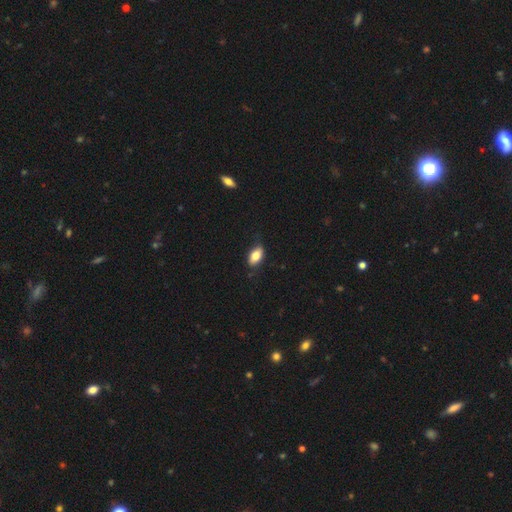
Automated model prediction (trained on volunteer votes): smooth_or_featured: smooth (p=0.79) [alt: featured or disk p=0.14]
how_rounded: in between (p=0.90) [alt: round p=0.06]
merging: none (p=0.76) [alt: minor disturbance p=0.19]